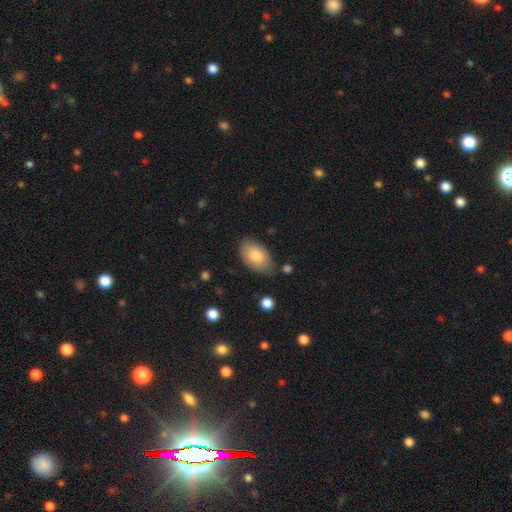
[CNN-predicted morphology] type=smooth (81%); roundness=in between (93%); merging=none (73%).